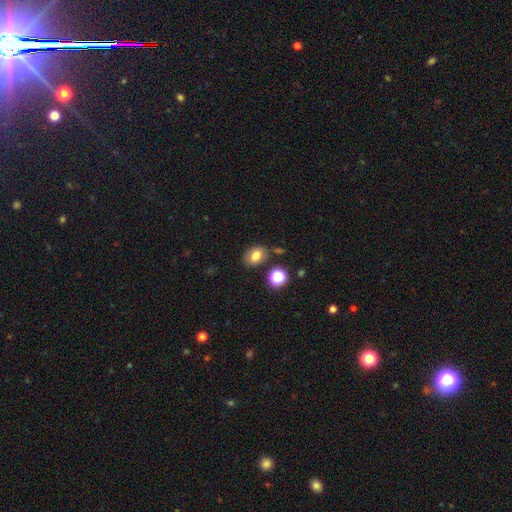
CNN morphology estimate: smooth 79%, star or artifact 12%, featured or disk 9%. Down the decision tree: how rounded — in between (66%); merging — none (77%).